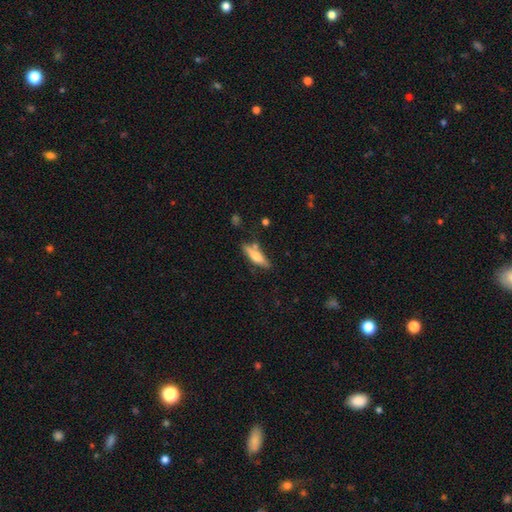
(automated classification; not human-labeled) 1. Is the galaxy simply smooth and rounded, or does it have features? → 57% smooth, 36% featured or disk, 6% star or artifact.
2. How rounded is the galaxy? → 67% cigar-shaped, 31% in between, 2% round.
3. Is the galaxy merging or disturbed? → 69% none, 17% minor disturbance, 9% merger, 4% major disturbance.